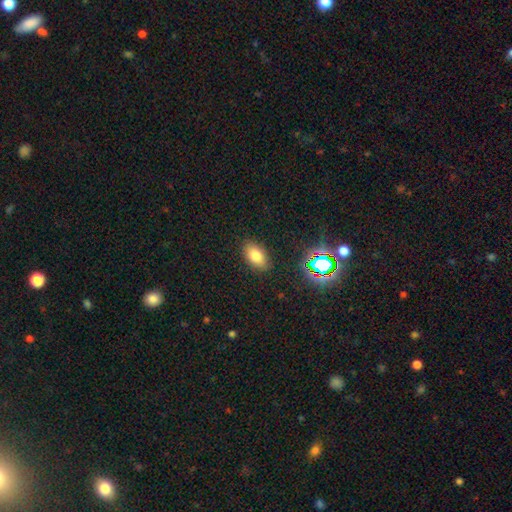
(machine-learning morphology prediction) Smooth or featured?
  - smooth: 76% *
  - star or artifact: 14%
  - featured or disk: 10%
How rounded?
  - in between: 90% *
  - round: 7%
  - cigar-shaped: 2%
Merging?
  - none: 86% *
  - minor disturbance: 9%
  - major disturbance: 3%
  - merger: 1%